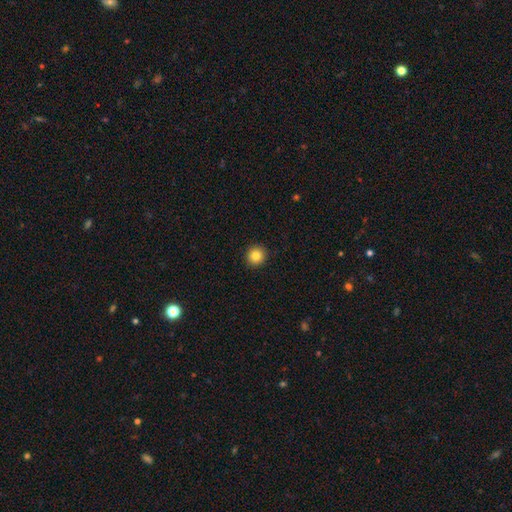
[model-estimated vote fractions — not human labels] smooth_or_featured: smooth (p=0.84) [alt: star or artifact p=0.10]
how_rounded: round (p=0.91) [alt: in between p=0.08]
merging: none (p=0.93) [alt: minor disturbance p=0.05]